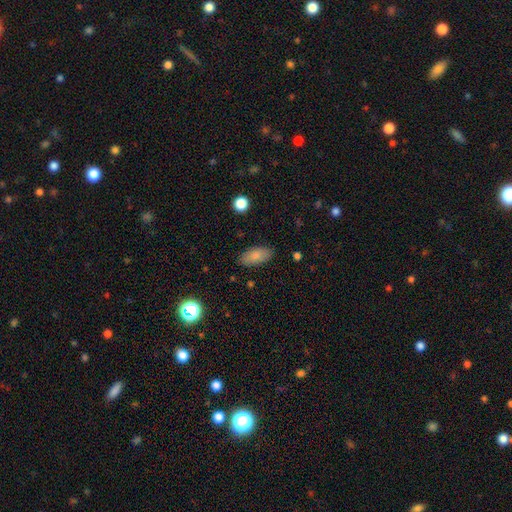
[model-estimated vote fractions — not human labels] Overall: smooth (83%). How rounded: in between (91%). Merging: none (86%).